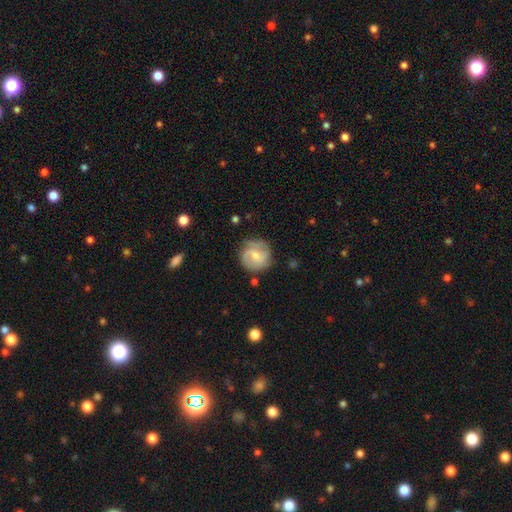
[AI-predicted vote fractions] Smooth or featured? featured or disk (65%)
Edge-on disk? no (98%)
Bar? weak (49%)
Spiral arms? yes (89%)
Spiral winding? medium (44%)
Spiral arm count? 2 (64%)
Bulge size? small (55%)
Merging? none (73%)